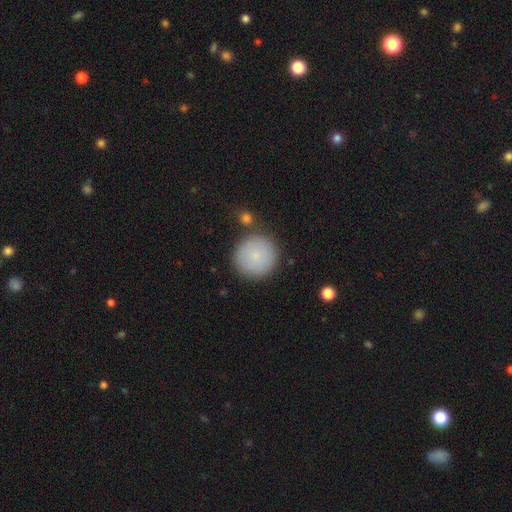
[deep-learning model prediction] Morphology: type=smooth (84%); roundness=round (95%); merging=none (81%).